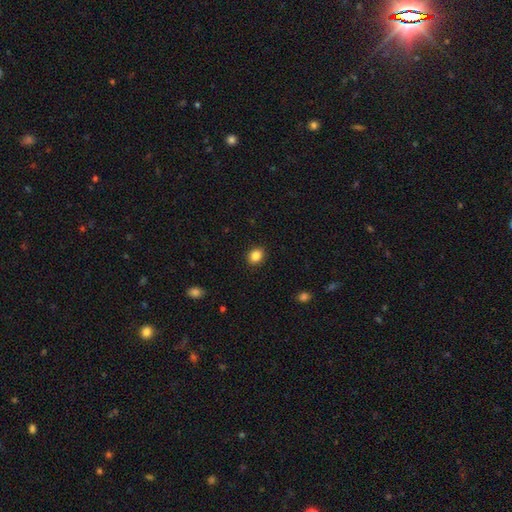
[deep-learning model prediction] Q: Smooth or featured?
A: smooth (86%); runner-up: star or artifact (10%)
Q: How rounded?
A: round (58%); runner-up: in between (41%)
Q: Merging?
A: none (90%); runner-up: minor disturbance (7%)